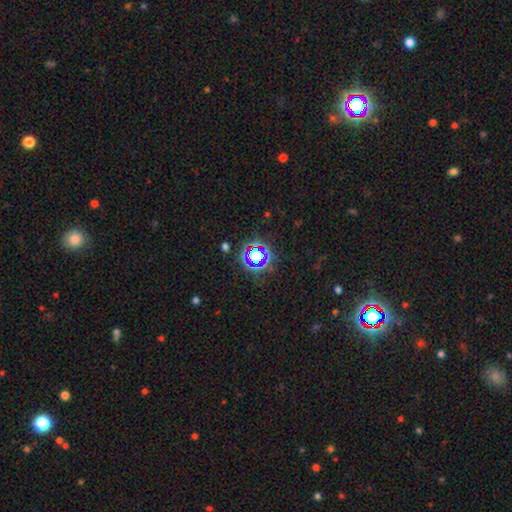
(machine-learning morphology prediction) smooth-or-featured: star or artifact: 67% | smooth: 22% | featured or disk: 11%